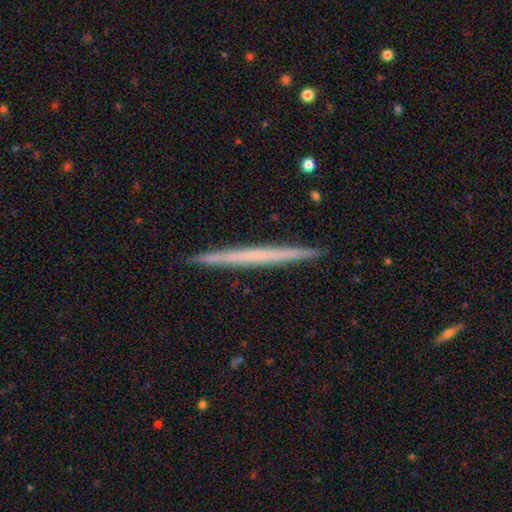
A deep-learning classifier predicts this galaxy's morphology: The model was most divided on "smooth or featured": featured or disk: 50%, smooth: 44%, star or artifact: 6%. More confident: edge-on disk — yes (98%); merging — none (92%).